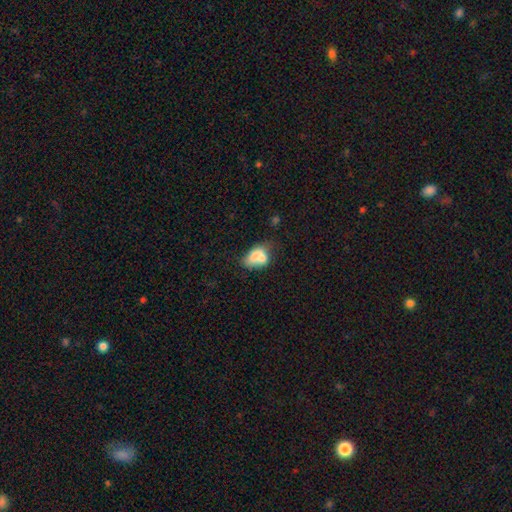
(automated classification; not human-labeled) This appears to be a smooth galaxy with no disk features (68%) that is in between round and cigar-shaped (79%). Merging: merger (44%).